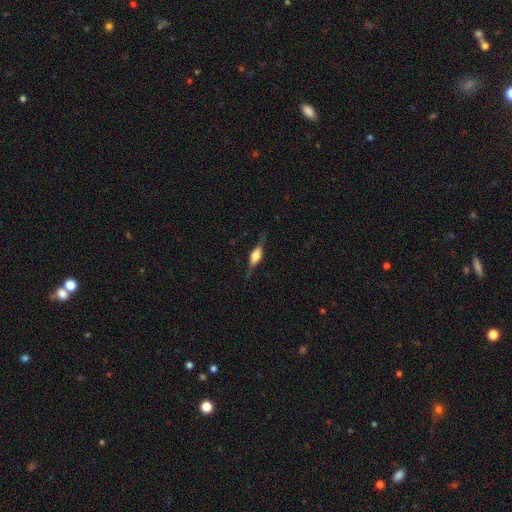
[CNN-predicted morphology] The model was most divided on "smooth or featured": featured or disk: 67%, smooth: 26%, star or artifact: 7%. More confident: edge-on disk — yes (95%); edge-on bulge — rounded (85%); merging — none (80%).